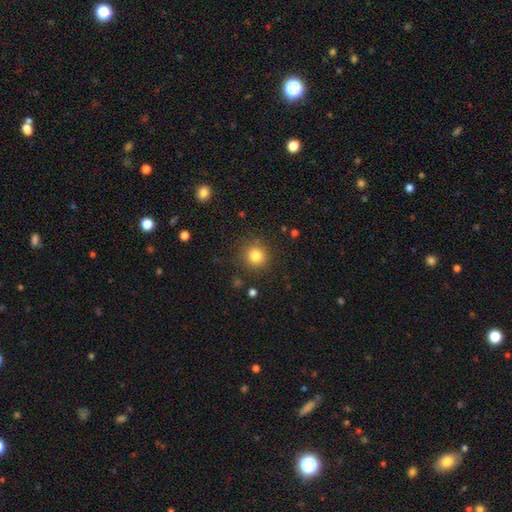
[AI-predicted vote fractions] Q: Smooth or featured?
A: smooth (82%); runner-up: star or artifact (12%)
Q: How rounded?
A: round (93%); runner-up: in between (6%)
Q: Merging?
A: none (88%); runner-up: minor disturbance (8%)